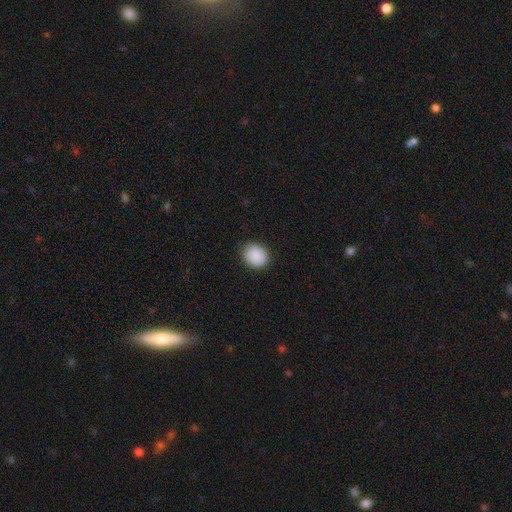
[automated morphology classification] This appears to be a smooth galaxy with no disk features (89%) that is round (65%). Merging: none (87%).